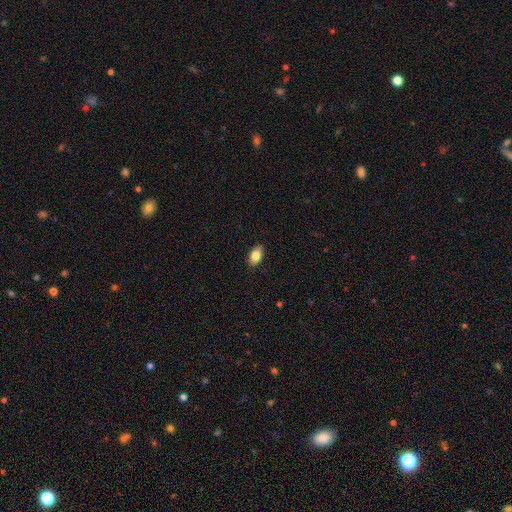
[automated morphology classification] Overall: smooth (84%). How rounded: in between (91%). Merging: none (88%).